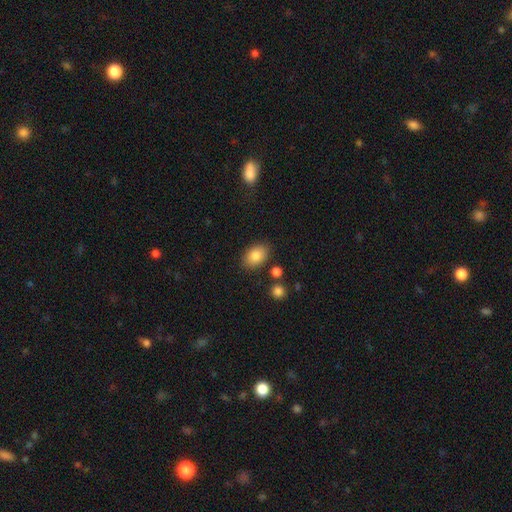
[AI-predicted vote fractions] Overall: smooth (83%). How rounded: in between (84%). Merging: none (83%).